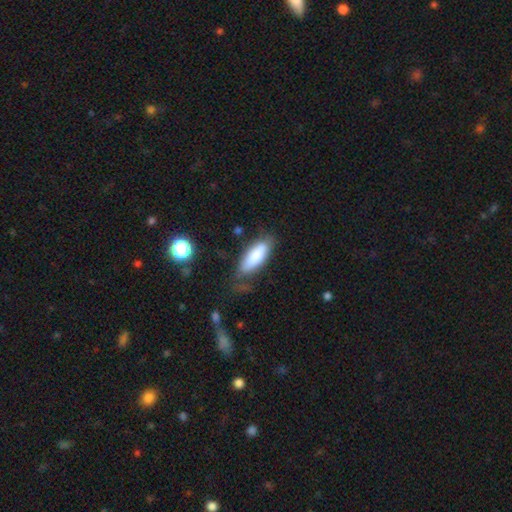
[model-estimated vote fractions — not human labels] smooth-or-featured: smooth: 81% | featured or disk: 12% | star or artifact: 6%
  how-rounded: in between: 67% | cigar-shaped: 32% | round: 2%
  merging: none: 60% | minor disturbance: 25% | major disturbance: 11% | merger: 3%